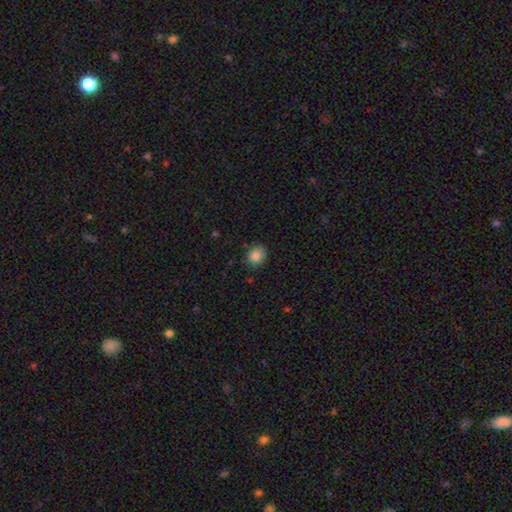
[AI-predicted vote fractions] Smooth or featured? smooth (86%)
How rounded? round (66%)
Merging? none (84%)